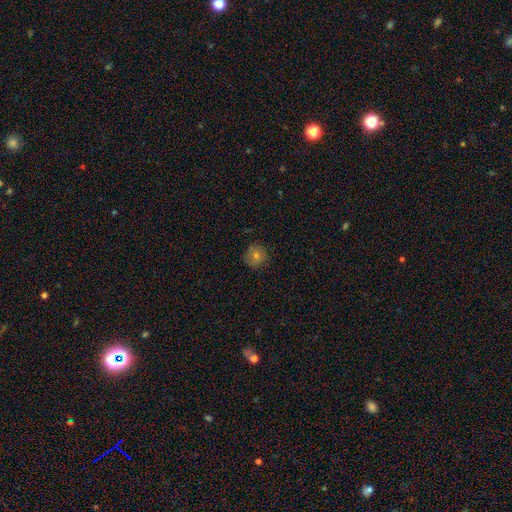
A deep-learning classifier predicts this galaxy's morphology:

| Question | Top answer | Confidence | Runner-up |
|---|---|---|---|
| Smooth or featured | smooth | 61% | featured or disk (26%) |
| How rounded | round | 92% | in between (7%) |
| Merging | none | 83% | minor disturbance (12%) |